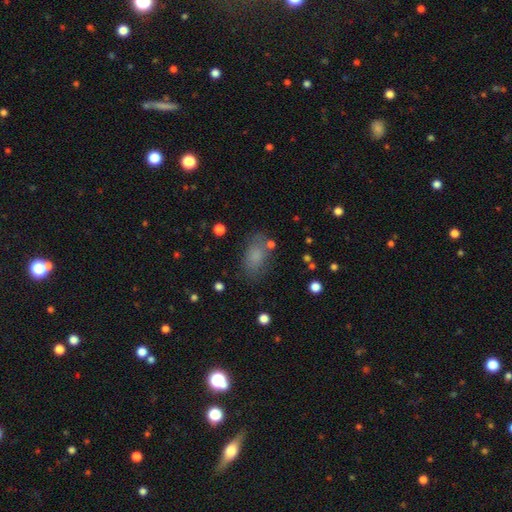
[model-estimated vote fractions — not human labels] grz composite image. It shows a smooth galaxy with no disk features (79%) that is in between round and cigar-shaped (87%). Merging: none (73%).